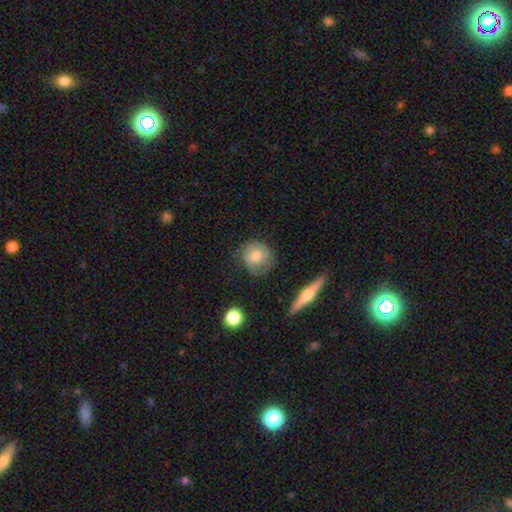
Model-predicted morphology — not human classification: smooth_or_featured: featured or disk (p=0.47) [alt: smooth p=0.46]
merging: none (p=0.67) [alt: minor disturbance p=0.22]